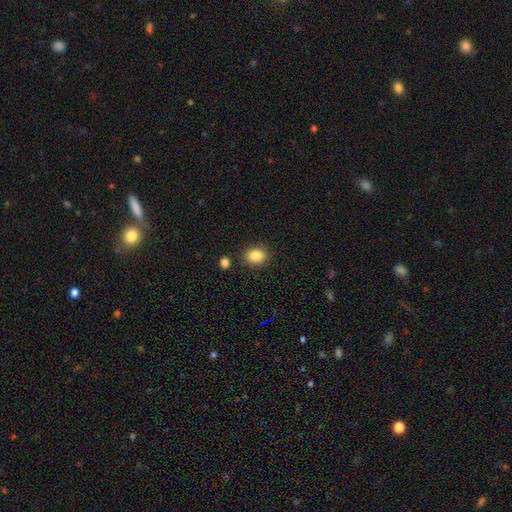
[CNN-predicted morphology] The model was most divided on "how rounded": in between: 50%, round: 49%, cigar-shaped: 1%. More confident: smooth or featured — smooth (86%); merging — none (85%).